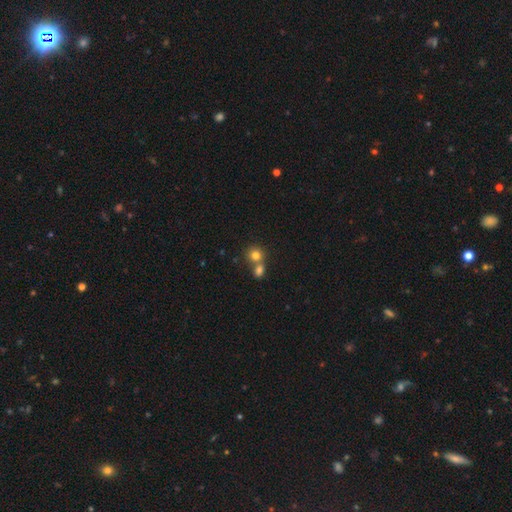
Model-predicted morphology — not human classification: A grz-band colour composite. It shows a smooth galaxy with no disk features (79%) that is round (82%). Merging: merger (46%).